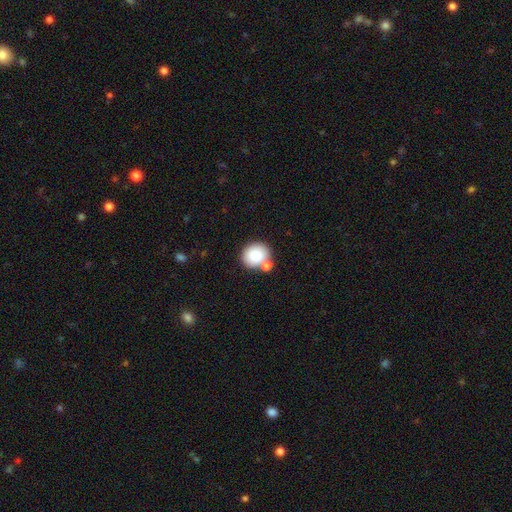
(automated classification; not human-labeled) Overall: smooth (79%). How rounded: round (78%). Merging: none (63%; merger 24%).